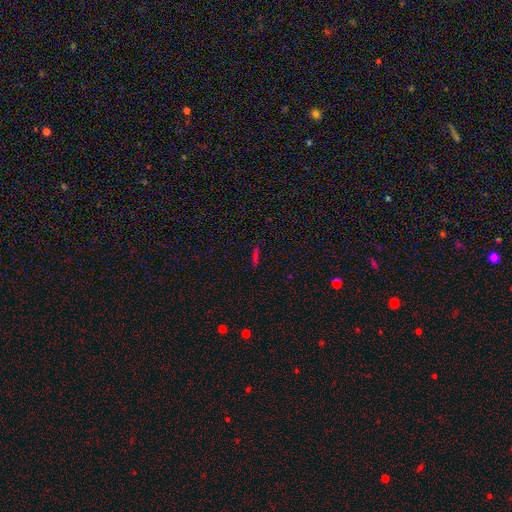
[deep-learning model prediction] Q: Smooth or featured?
A: smooth (60%); runner-up: star or artifact (25%)
Q: How rounded?
A: cigar-shaped (84%); runner-up: in between (12%)
Q: Merging?
A: none (86%); runner-up: minor disturbance (9%)